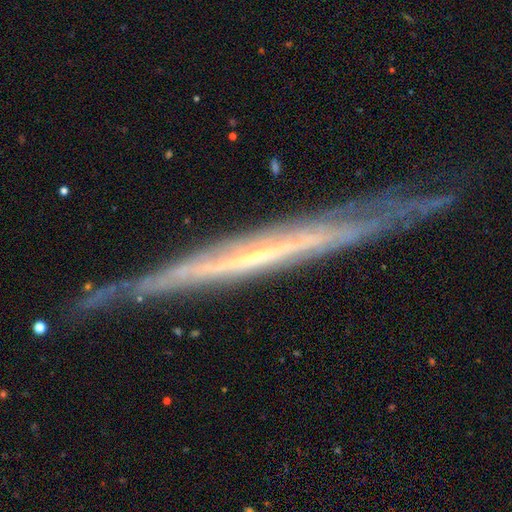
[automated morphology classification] A featured or disk galaxy (80%) viewed edge-on (90%) with no central bulge (75%). Merging: none (78%).